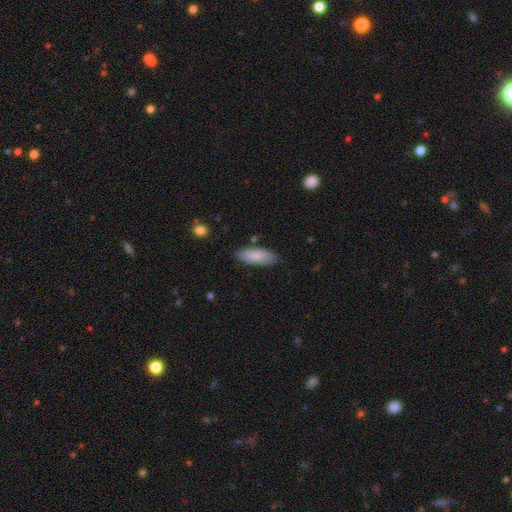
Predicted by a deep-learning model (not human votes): The model was most divided on "how rounded": in between: 73%, cigar-shaped: 25%, round: 2%. More confident: smooth or featured — smooth (84%); merging — none (82%).